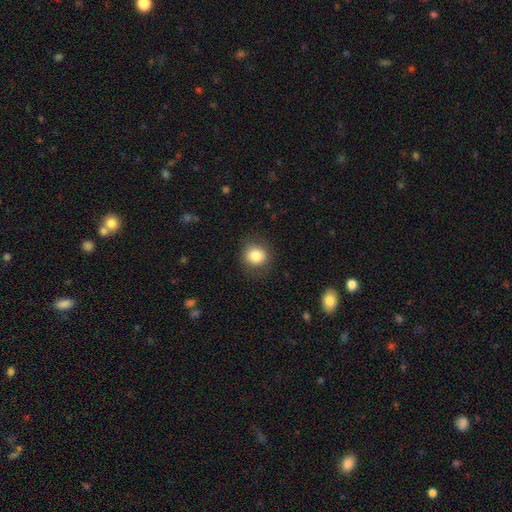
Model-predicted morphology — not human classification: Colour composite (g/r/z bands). It shows a smooth galaxy with no disk features (82%) that is round (82%). Merging: none (83%).